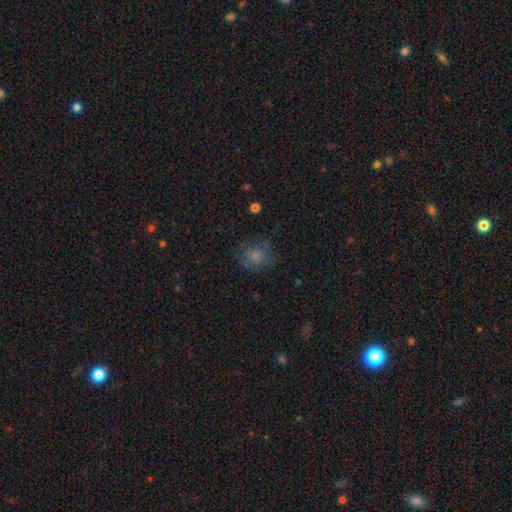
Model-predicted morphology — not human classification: A smooth galaxy with no disk features (73%) that is round (73%).

Vote fractions:
- Smooth or featured? smooth: 73% / featured or disk: 14% / star or artifact: 12%
- How rounded? round: 73% / in between: 26% / cigar-shaped: 1%
- Merging? none: 67% / minor disturbance: 20% / major disturbance: 11% / merger: 2%